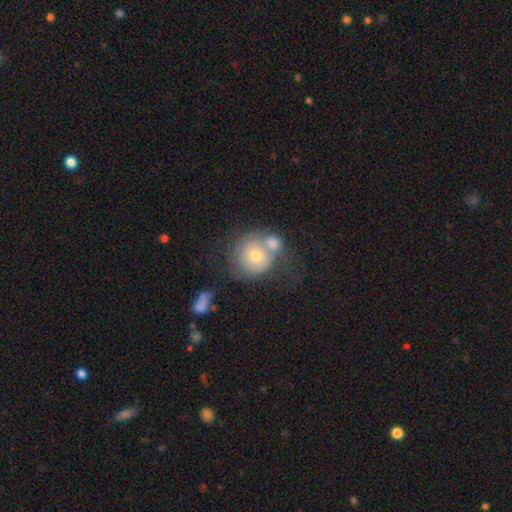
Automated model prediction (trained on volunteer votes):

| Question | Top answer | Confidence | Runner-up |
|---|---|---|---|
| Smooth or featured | smooth | 57% | featured or disk (34%) |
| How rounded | round | 88% | in between (11%) |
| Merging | merger | 47% | none (31%) |